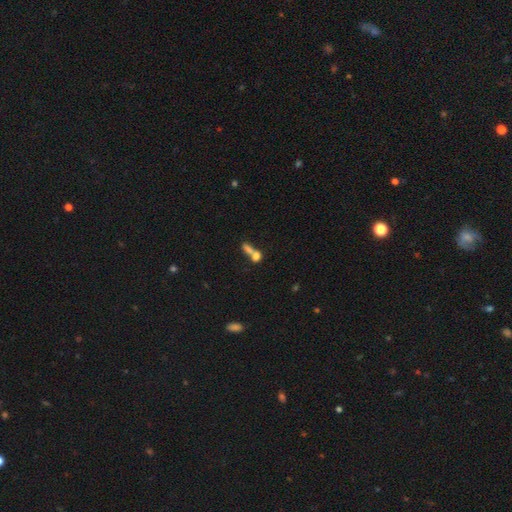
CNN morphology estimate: Smooth or featured? Predicted: smooth (p=0.56). How rounded? Predicted: in between (p=0.43). Merging? Predicted: merger (p=0.49).